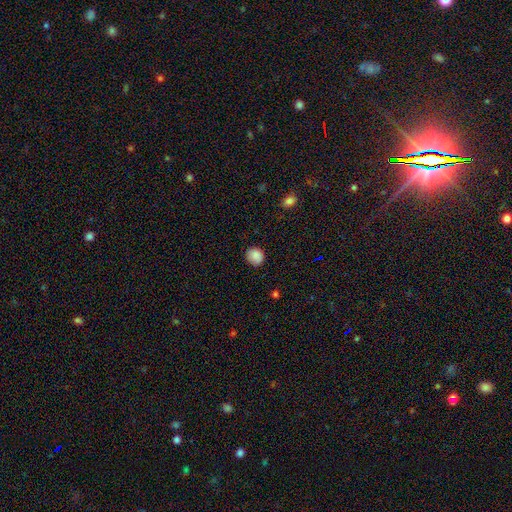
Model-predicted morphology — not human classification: This appears to be a smooth galaxy with no disk features (88%) that is round (78%). Merging: none (83%).